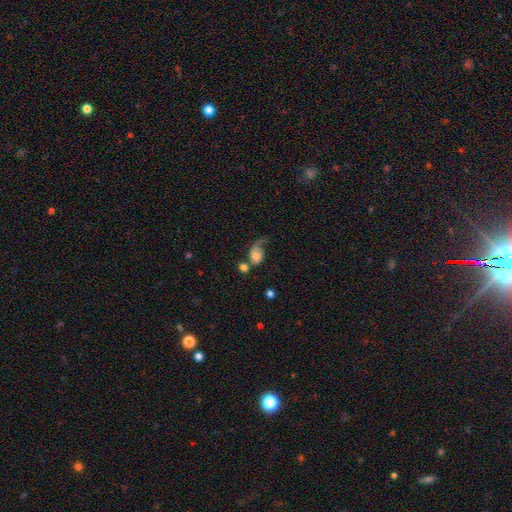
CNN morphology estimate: Q: Smooth or featured?
A: smooth (52%); runner-up: featured or disk (38%)
Q: How rounded?
A: in between (55%); runner-up: round (43%)
Q: Merging?
A: major disturbance (40%); runner-up: merger (24%)